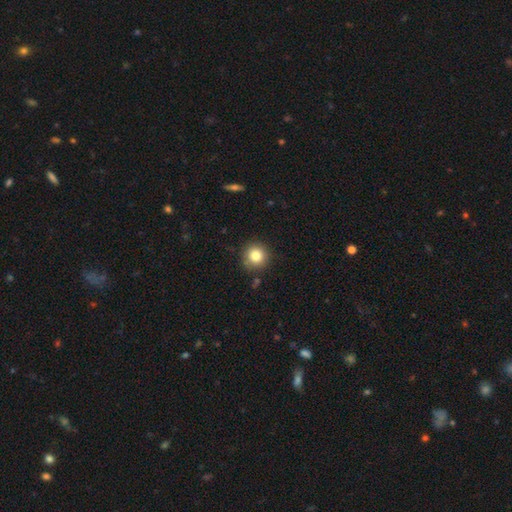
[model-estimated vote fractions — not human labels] This appears to be a smooth galaxy with no disk features (83%) that is round (94%). Merging: none (87%).